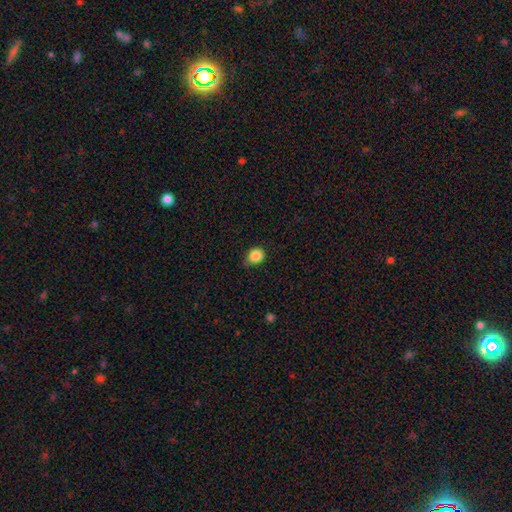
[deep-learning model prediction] Smooth or featured? smooth (86%)
How rounded? round (75%)
Merging? none (66%)